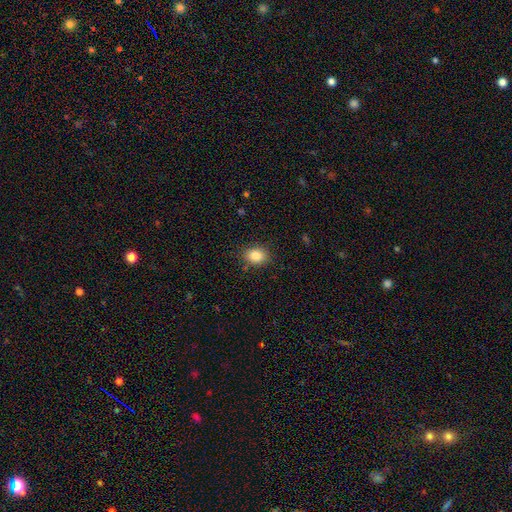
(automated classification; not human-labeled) Smooth or featured? smooth (85%)
How rounded? in between (54%)
Merging? none (86%)